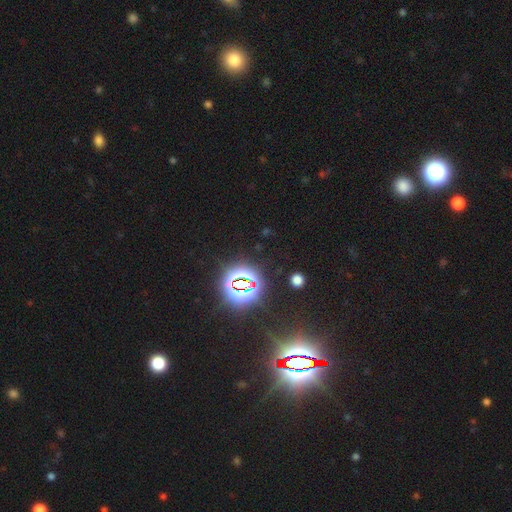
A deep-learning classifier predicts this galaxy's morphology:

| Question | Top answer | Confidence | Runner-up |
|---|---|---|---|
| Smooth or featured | star or artifact | 82% | smooth (11%) |